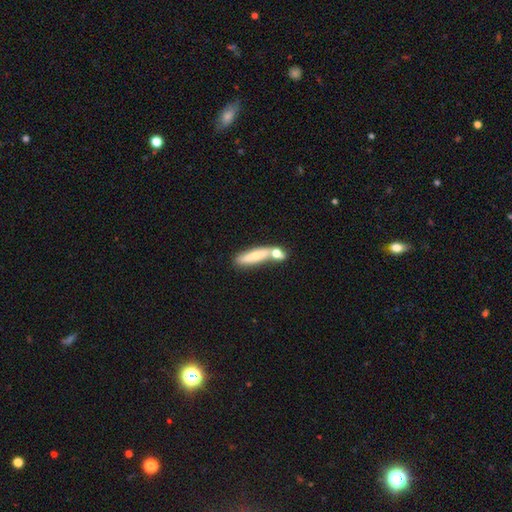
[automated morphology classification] Overall: smooth (67%). How rounded: cigar-shaped (70%). Merging: none (48%; merger 35%).